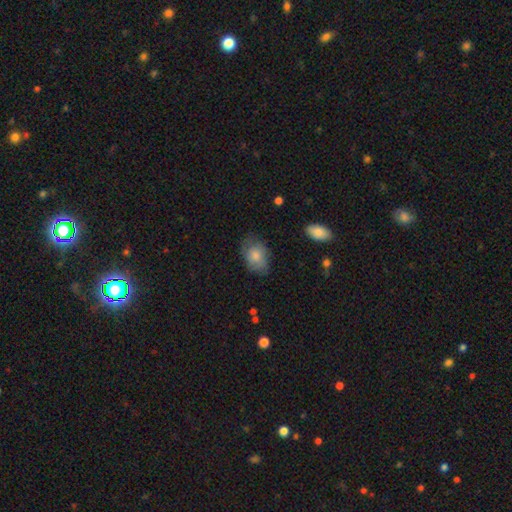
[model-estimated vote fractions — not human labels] A smooth galaxy with no disk features (79%) that is in between round and cigar-shaped (77%). Merging: none (62%).